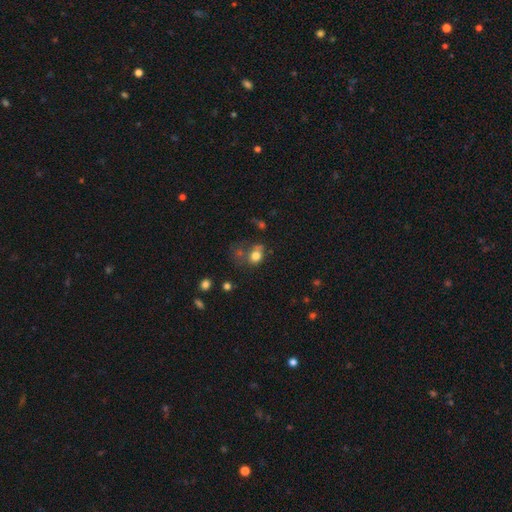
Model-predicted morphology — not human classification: smooth 75%, featured or disk 13%, star or artifact 12%. Down the decision tree: how rounded — round (53%); merging — none (35%).